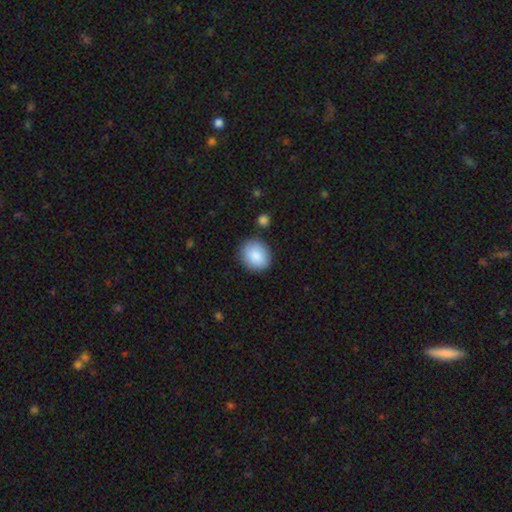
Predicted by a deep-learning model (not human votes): This is clearly a smooth galaxy (88%). How rounded: likely round (62%). Merging: clearly none (85%).